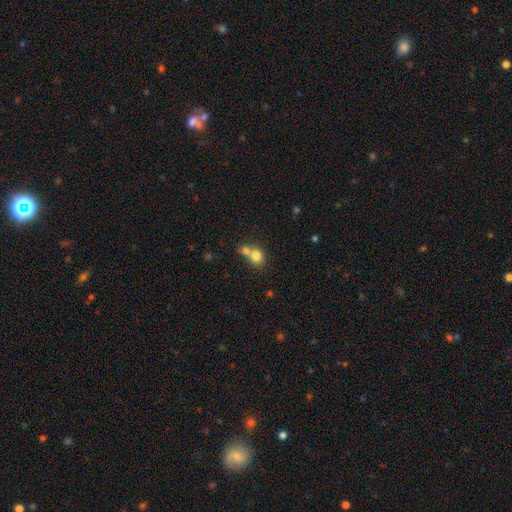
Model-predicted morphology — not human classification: smooth_or_featured: smooth (p=0.79) [alt: featured or disk p=0.11]
how_rounded: round (p=0.73) [alt: in between p=0.26]
merging: merger (p=0.58) [alt: none p=0.34]